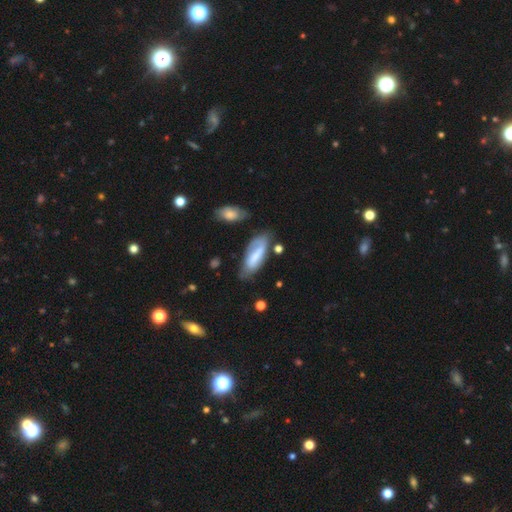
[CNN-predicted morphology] This is possibly a smooth galaxy (52%). How rounded: likely in between (70%). Merging: possibly none (59%).